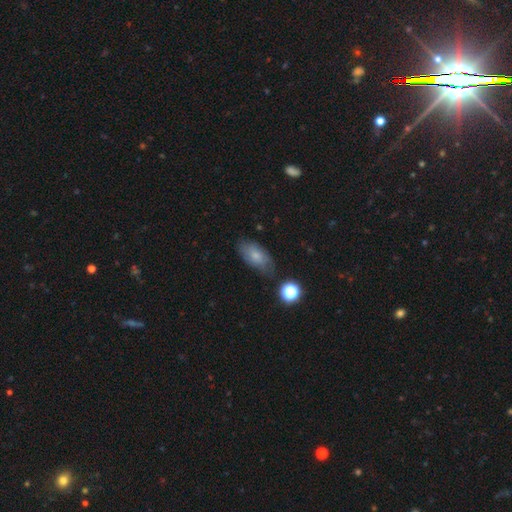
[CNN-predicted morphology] Smooth or featured?
  - smooth: 69% *
  - featured or disk: 21%
  - star or artifact: 9%
How rounded?
  - in between: 90% *
  - cigar-shaped: 5%
  - round: 5%
Merging?
  - none: 67% *
  - minor disturbance: 24%
  - major disturbance: 7%
  - merger: 3%